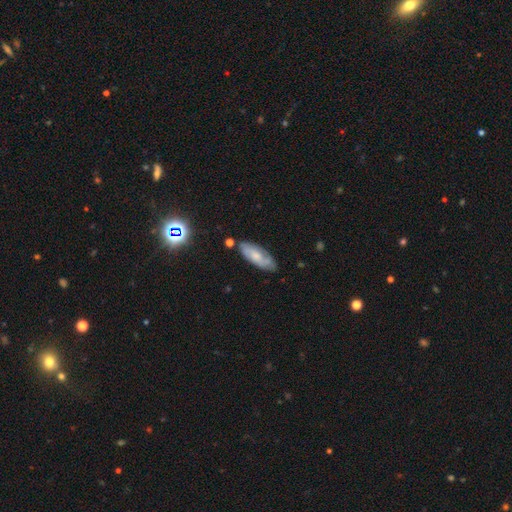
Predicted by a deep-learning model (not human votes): The model was most divided on "smooth or featured": smooth: 52%, featured or disk: 40%, star or artifact: 8%. More confident: how rounded — in between (70%); merging — none (70%).